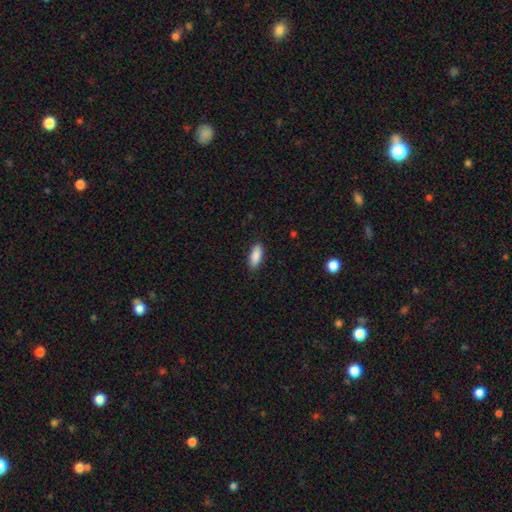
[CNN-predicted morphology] This is clearly a smooth galaxy (88%). How rounded: clearly in between (80%). Merging: clearly none (87%).